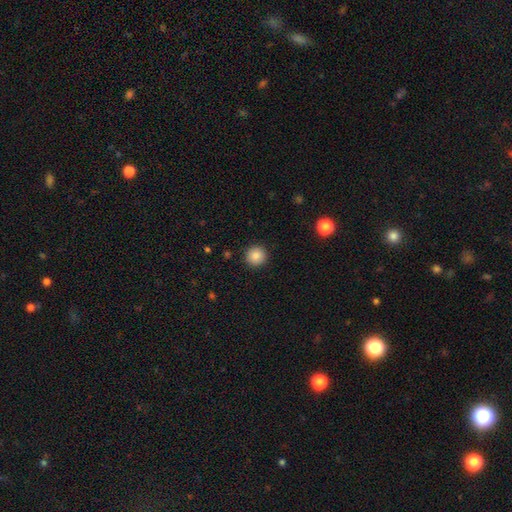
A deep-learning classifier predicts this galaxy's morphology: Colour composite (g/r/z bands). It shows a smooth galaxy with no disk features (86%) that is round (95%). Merging: none (92%).